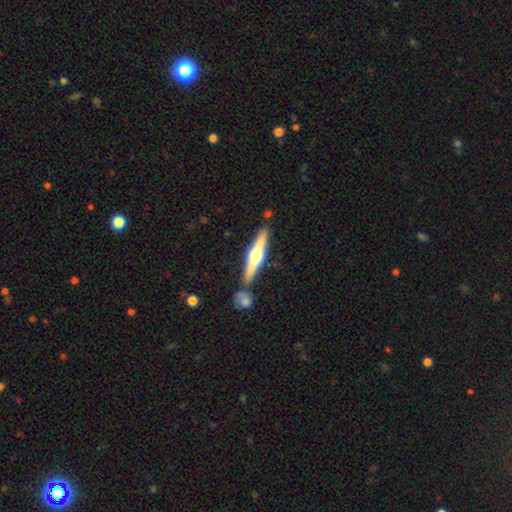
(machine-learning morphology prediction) A featured or disk galaxy (65%) viewed edge-on (96%) with a rounded central bulge (94%).

Vote fractions:
- Smooth or featured? featured or disk: 65% / smooth: 30% / star or artifact: 5%
- Edge-on disk? yes: 96% / no: 4%
- Edge-on bulge? rounded: 94% / boxy: 4% / none: 3%
- Merging? none: 80% / minor disturbance: 9% / merger: 9% / major disturbance: 2%